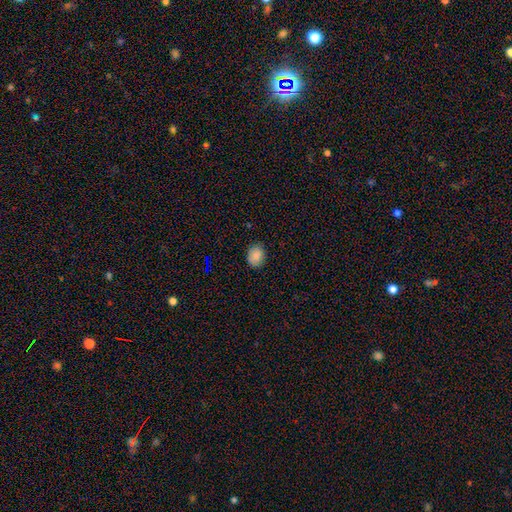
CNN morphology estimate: Smooth or featured? smooth (84%)
How rounded? in between (55%)
Merging? none (84%)